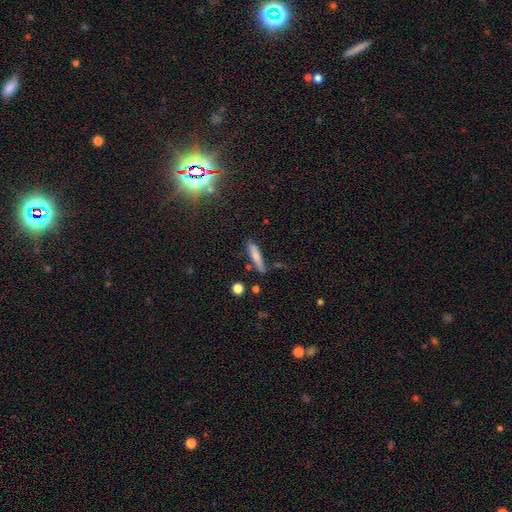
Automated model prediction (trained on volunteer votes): Smooth or featured: smooth — 71% (featured or disk — 21%)
How rounded: cigar-shaped — 86% (in between — 12%)
Merging: none — 70% (minor disturbance — 19%)